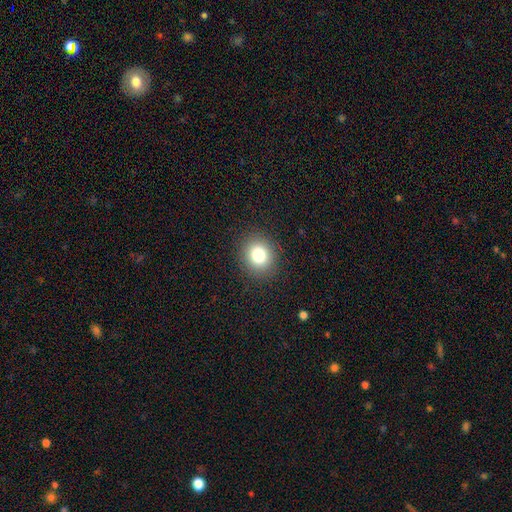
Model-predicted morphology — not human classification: smooth-or-featured: smooth: 81% | star or artifact: 12% | featured or disk: 7%
  how-rounded: round: 79% | in between: 20% | cigar-shaped: 1%
  merging: none: 92% | minor disturbance: 5% | major disturbance: 2% | merger: 1%